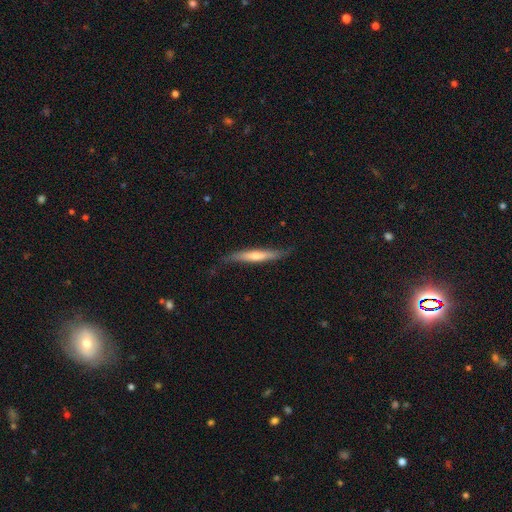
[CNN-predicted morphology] A featured or disk galaxy (48%). Merging: none (75%).